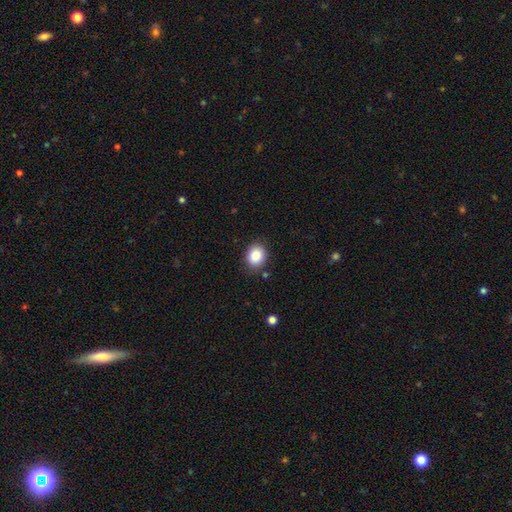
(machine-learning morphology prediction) Smooth or featured: smooth — 87% (star or artifact — 9%)
How rounded: round — 56% (in between — 43%)
Merging: none — 84% (minor disturbance — 11%)